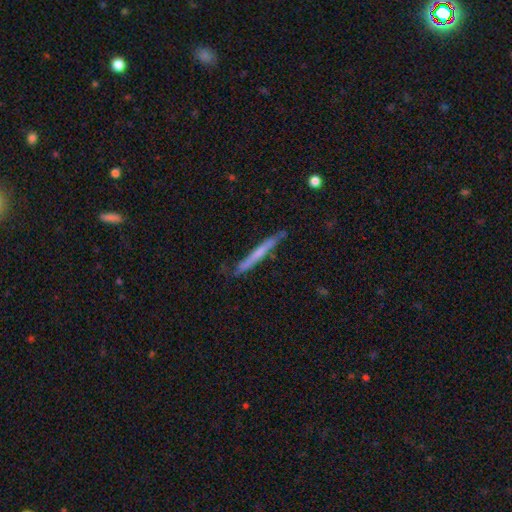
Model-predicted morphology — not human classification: This is possibly a smooth galaxy (49%). Merging: likely none (79%).